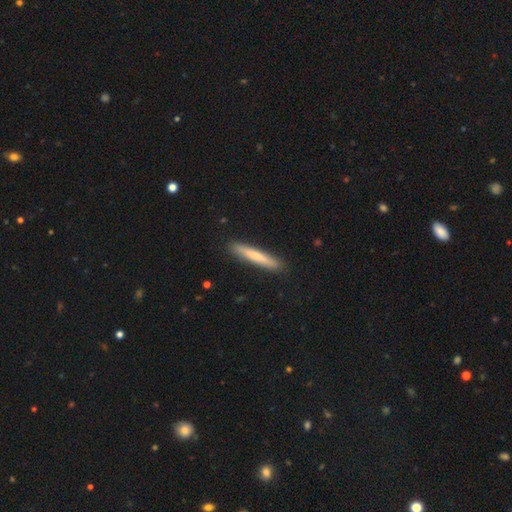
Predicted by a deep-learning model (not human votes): This appears to be a smooth galaxy with no disk features (66%) that is cigar-shaped (94%). Merging: none (90%).